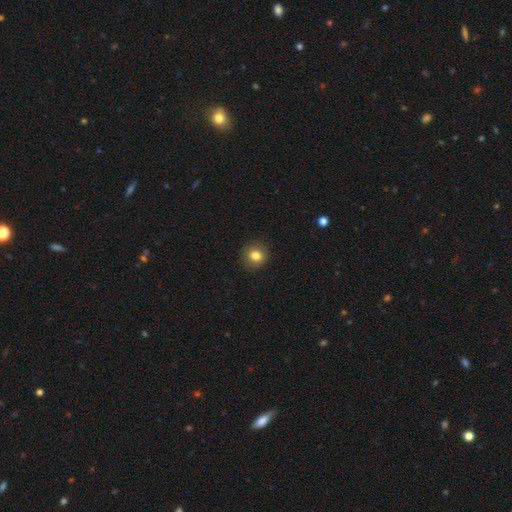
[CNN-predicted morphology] Smooth or featured?
  - smooth: 82% *
  - star or artifact: 11%
  - featured or disk: 7%
How rounded?
  - round: 85% *
  - in between: 14%
  - cigar-shaped: 1%
Merging?
  - none: 90% *
  - minor disturbance: 7%
  - major disturbance: 2%
  - merger: 1%